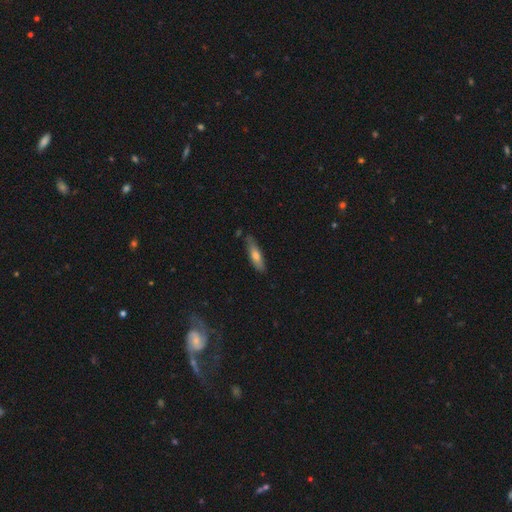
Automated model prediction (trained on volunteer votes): smooth-or-featured: smooth: 64% | featured or disk: 30% | star or artifact: 6%
  how-rounded: cigar-shaped: 69% | in between: 29% | round: 2%
  merging: none: 79% | minor disturbance: 16% | major disturbance: 3% | merger: 2%